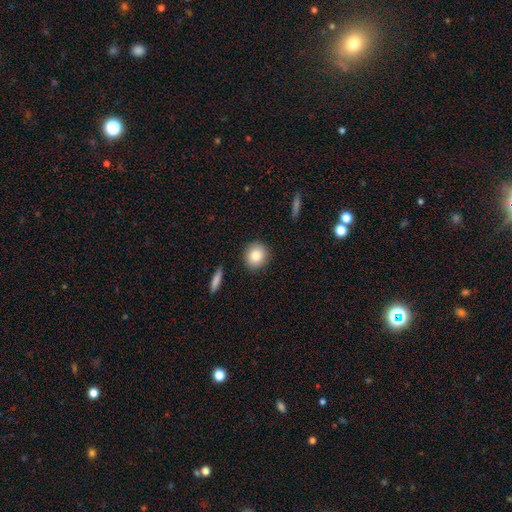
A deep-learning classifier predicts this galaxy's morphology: Smooth or featured?
  - smooth: 83% *
  - featured or disk: 8%
  - star or artifact: 8%
How rounded?
  - round: 87% *
  - in between: 12%
  - cigar-shaped: 1%
Merging?
  - none: 90% *
  - minor disturbance: 7%
  - major disturbance: 2%
  - merger: 2%